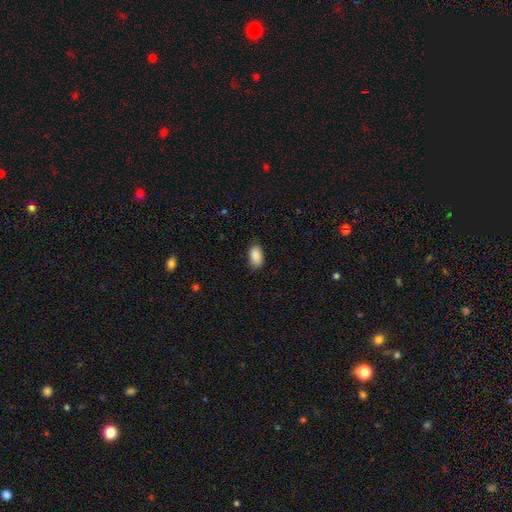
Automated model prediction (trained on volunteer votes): This is clearly a smooth galaxy (90%). How rounded: clearly in between (93%). Merging: clearly none (84%).